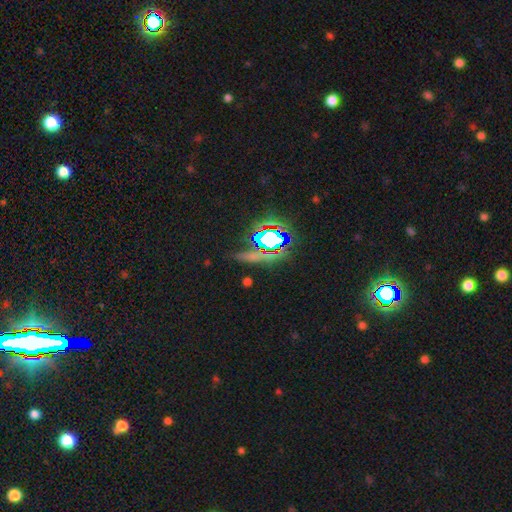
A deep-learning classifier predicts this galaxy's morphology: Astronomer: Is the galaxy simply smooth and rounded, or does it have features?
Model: star or artifact — 59%.